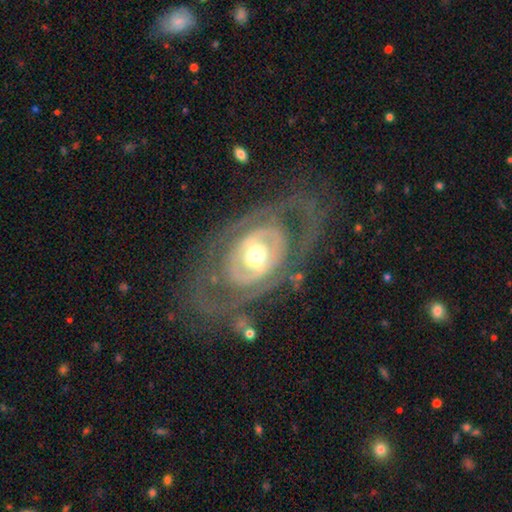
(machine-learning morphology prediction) Overall: featured or disk (80%). Edge-on disk: no (93%). Bar: no (55%; weak 28%). Spiral arms: yes (54%; no 46%). Bulge size: moderate (69%). Merging: none (67%).